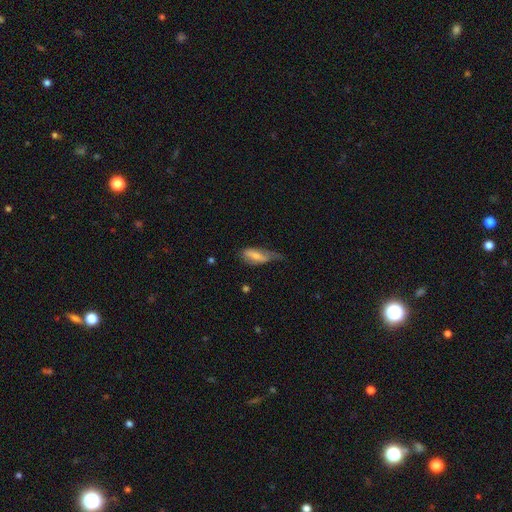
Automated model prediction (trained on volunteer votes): Morphology: type=smooth (63%); roundness=in between (73%); merging=minor disturbance (38%).